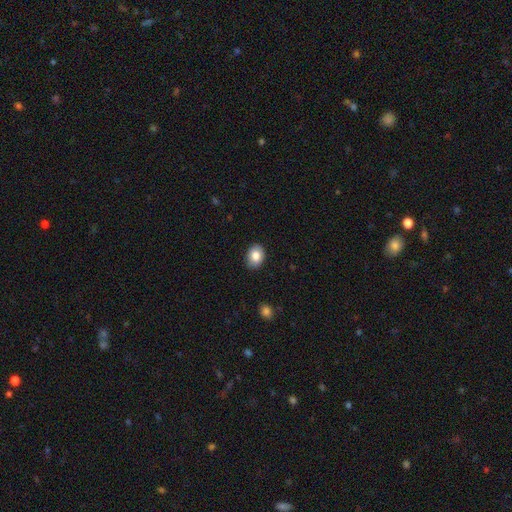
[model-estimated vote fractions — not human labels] A smooth galaxy with no disk features (84%) that is in between round and cigar-shaped (65%).

Vote fractions:
- Smooth or featured? smooth: 84% / featured or disk: 8% / star or artifact: 8%
- How rounded? in between: 65% / round: 34% / cigar-shaped: 1%
- Merging? none: 88% / minor disturbance: 9% / major disturbance: 2% / merger: 1%